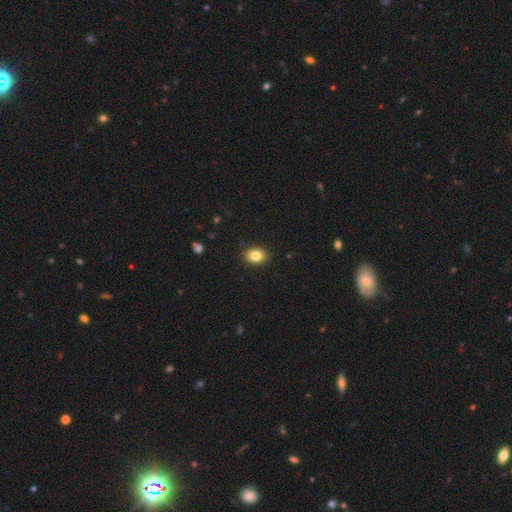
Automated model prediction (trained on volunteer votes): A smooth galaxy with no disk features (84%) that is in between round and cigar-shaped (75%).

Vote fractions:
- Smooth or featured? smooth: 84% / star or artifact: 9% / featured or disk: 7%
- How rounded? in between: 75% / round: 24% / cigar-shaped: 1%
- Merging? none: 90% / minor disturbance: 8% / major disturbance: 2% / merger: 1%